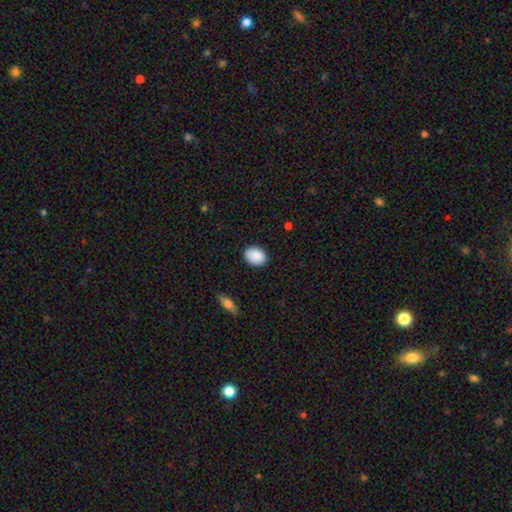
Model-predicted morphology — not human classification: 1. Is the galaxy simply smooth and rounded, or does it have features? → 89% smooth, 7% star or artifact, 4% featured or disk.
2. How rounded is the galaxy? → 71% in between, 28% round, 1% cigar-shaped.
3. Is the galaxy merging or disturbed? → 86% none, 11% minor disturbance, 2% major disturbance, 1% merger.